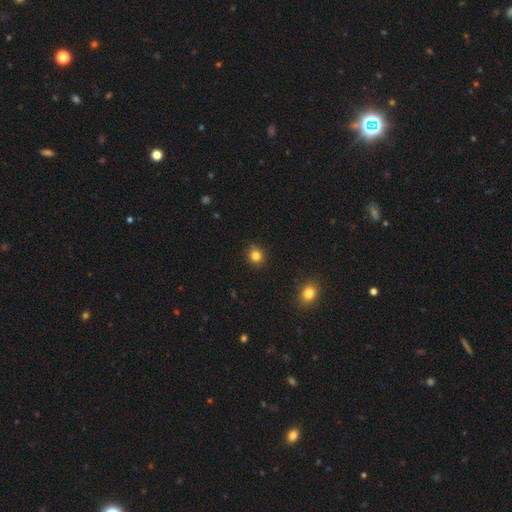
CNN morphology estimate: Overall: smooth (83%). How rounded: round (84%). Merging: none (88%).